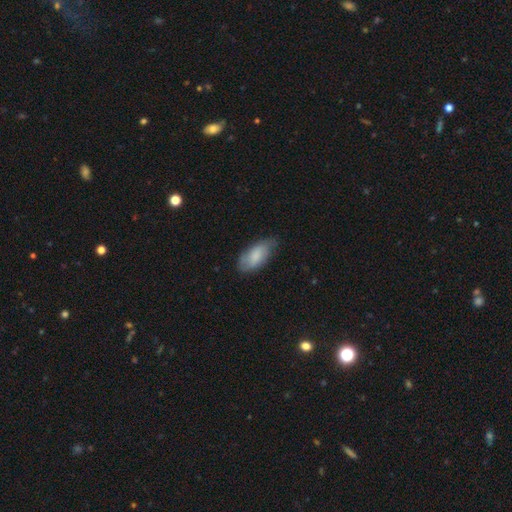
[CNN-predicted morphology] smooth_or_featured: smooth (p=0.74) [alt: featured or disk p=0.20]
how_rounded: in between (p=0.89) [alt: cigar-shaped p=0.08]
merging: none (p=0.62) [alt: minor disturbance p=0.30]